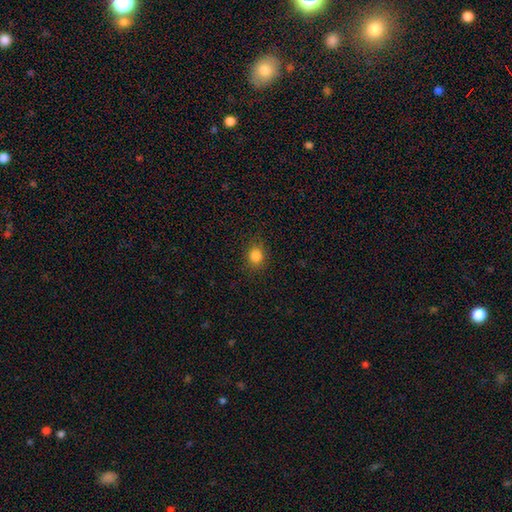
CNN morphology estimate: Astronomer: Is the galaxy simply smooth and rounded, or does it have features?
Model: smooth — 84%.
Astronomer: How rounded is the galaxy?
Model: round — 76%.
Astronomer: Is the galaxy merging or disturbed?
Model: none — 87%.